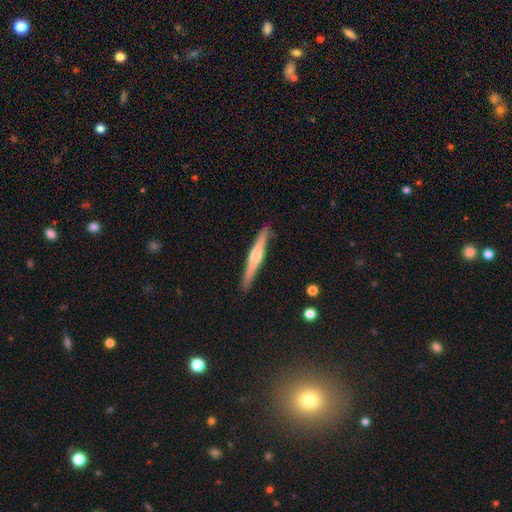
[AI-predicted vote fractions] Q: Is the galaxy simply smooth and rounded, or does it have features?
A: featured or disk — 62%.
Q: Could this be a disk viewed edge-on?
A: yes — 98%.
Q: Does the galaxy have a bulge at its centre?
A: rounded — 77%.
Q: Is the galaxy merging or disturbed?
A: none — 90%.